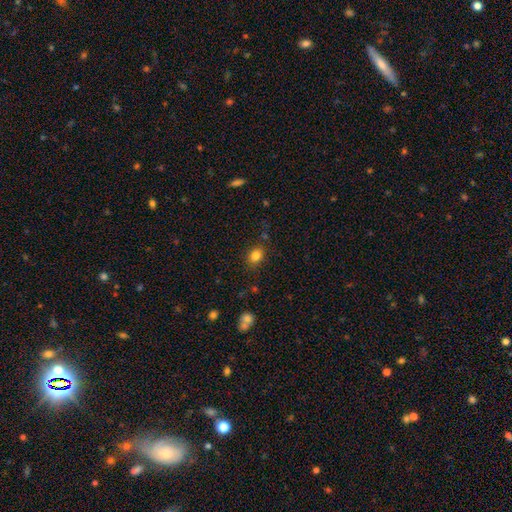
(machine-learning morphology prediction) smooth_or_featured: smooth (p=0.83) [alt: star or artifact p=0.11]
how_rounded: in between (p=0.51) [alt: round p=0.48]
merging: none (p=0.81) [alt: minor disturbance p=0.13]